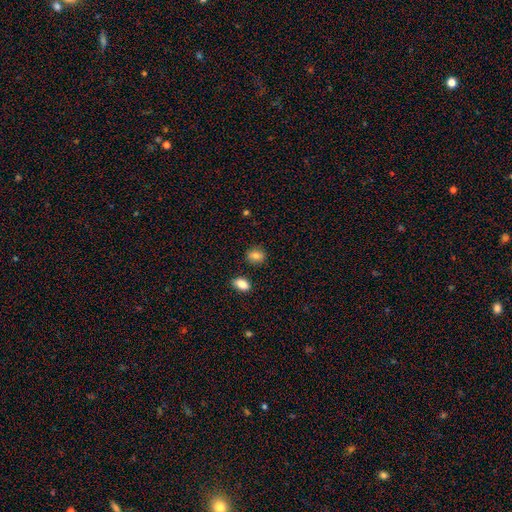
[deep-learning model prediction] This appears to be a smooth galaxy with no disk features (83%) that is in between round and cigar-shaped (51%). Merging: none (85%).